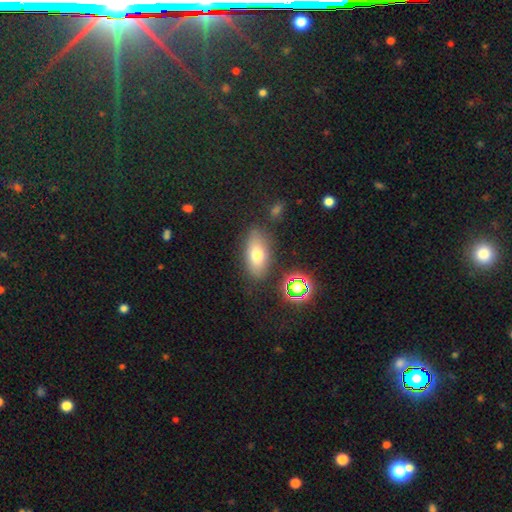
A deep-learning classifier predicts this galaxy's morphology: The model was most divided on "smooth or featured": smooth: 69%, featured or disk: 18%, star or artifact: 13%. More confident: how rounded — in between (83%); merging — none (81%).